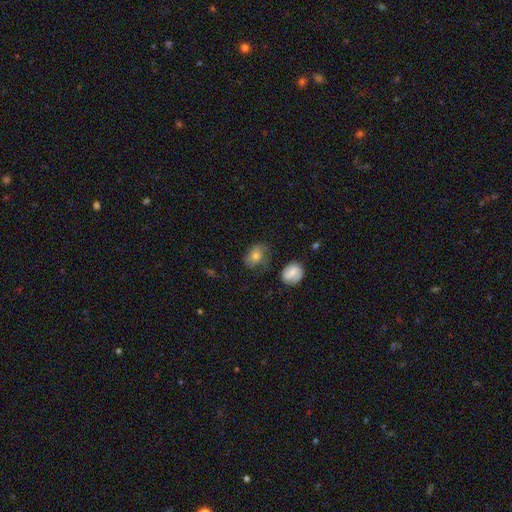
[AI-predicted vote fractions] Smooth or featured?
  - smooth: 64% *
  - featured or disk: 26%
  - star or artifact: 10%
How rounded?
  - in between: 63% *
  - round: 35%
  - cigar-shaped: 1%
Merging?
  - none: 59% *
  - minor disturbance: 26%
  - major disturbance: 11%
  - merger: 4%